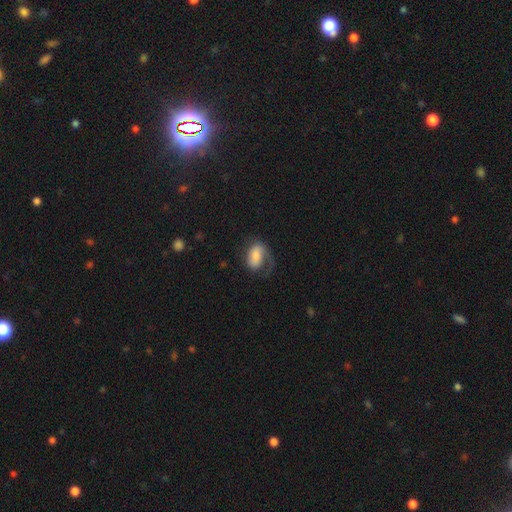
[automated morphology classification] Overall: featured or disk (48%; smooth 45%). Merging: none (41%; major disturbance 35%).